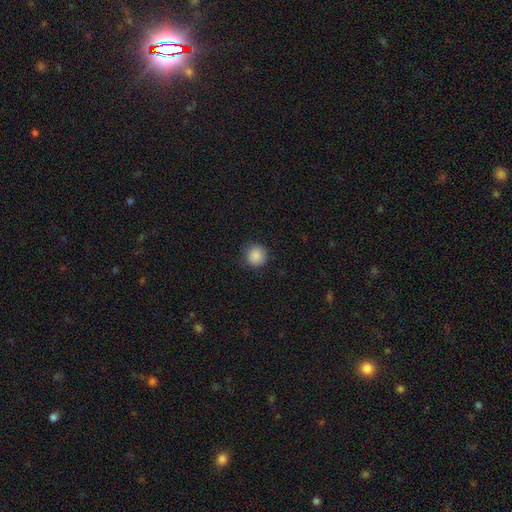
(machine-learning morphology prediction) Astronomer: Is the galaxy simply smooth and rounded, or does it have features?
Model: smooth — 88%.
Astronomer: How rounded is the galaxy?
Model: round — 93%.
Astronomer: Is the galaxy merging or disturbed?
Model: none — 86%.